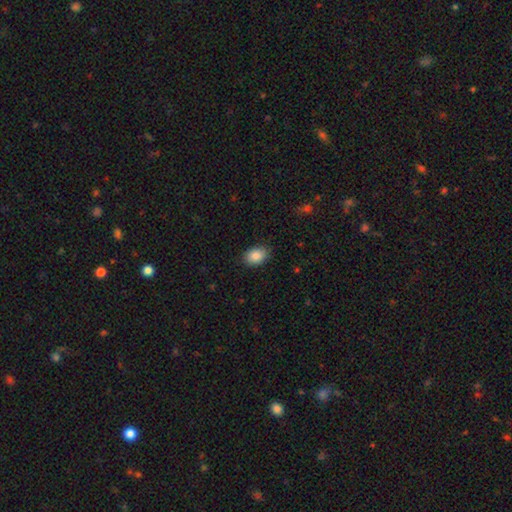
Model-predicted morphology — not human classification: Smooth or featured? smooth (88%)
How rounded? in between (82%)
Merging? none (87%)